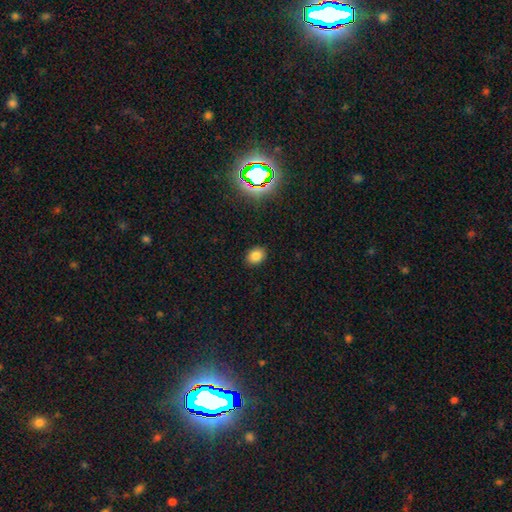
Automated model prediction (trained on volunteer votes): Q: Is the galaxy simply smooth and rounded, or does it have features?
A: smooth — 80%.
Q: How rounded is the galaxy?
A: in between — 59%.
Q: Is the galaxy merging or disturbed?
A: none — 89%.